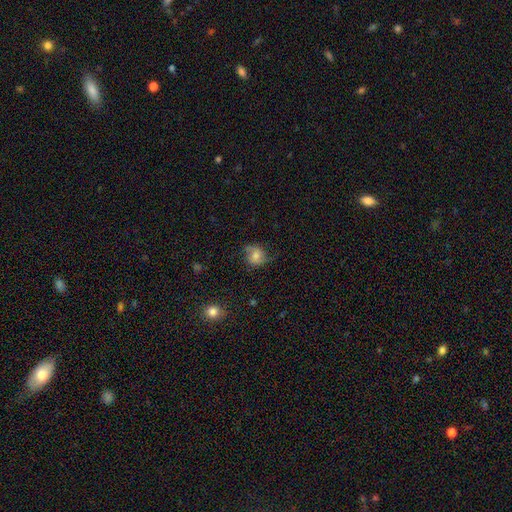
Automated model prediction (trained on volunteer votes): Overall: smooth (49%; featured or disk 41%). Merging: none (63%; minor disturbance 25%).